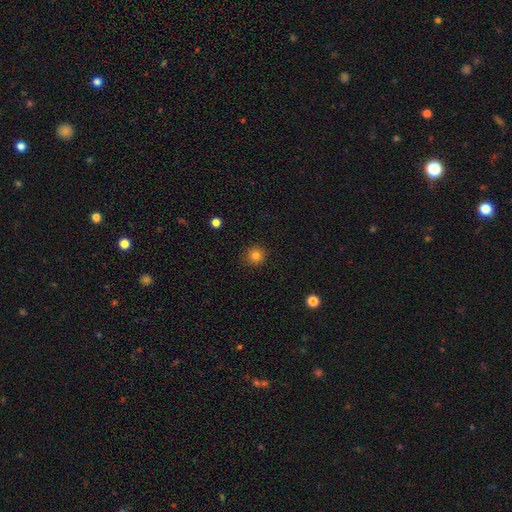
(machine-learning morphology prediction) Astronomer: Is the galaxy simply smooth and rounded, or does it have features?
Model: smooth — 81%.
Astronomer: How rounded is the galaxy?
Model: round — 93%.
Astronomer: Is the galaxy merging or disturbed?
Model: none — 90%.